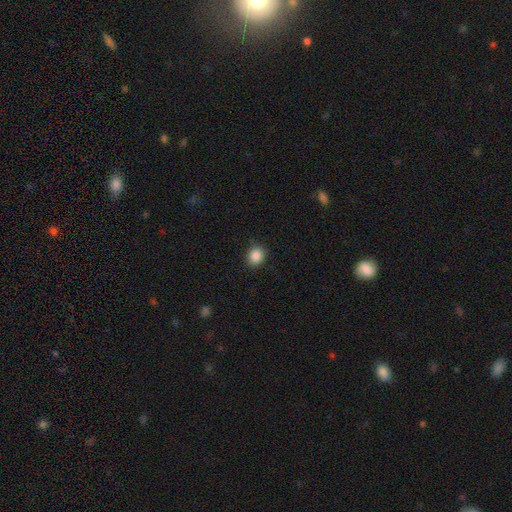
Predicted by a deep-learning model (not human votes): Smooth or featured?
  - smooth: 87% *
  - star or artifact: 10%
  - featured or disk: 3%
How rounded?
  - round: 77% *
  - in between: 22%
  - cigar-shaped: 1%
Merging?
  - none: 88% *
  - minor disturbance: 9%
  - major disturbance: 2%
  - merger: 1%